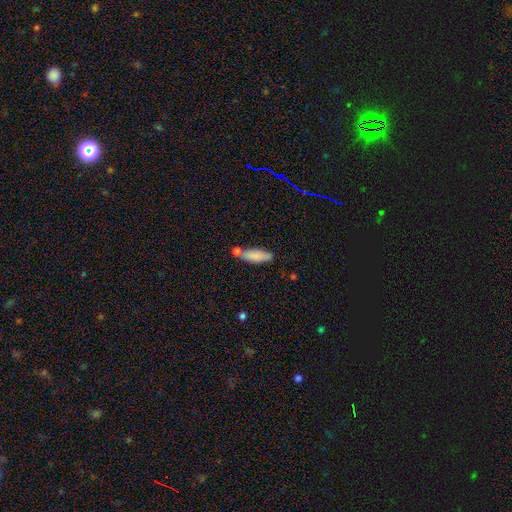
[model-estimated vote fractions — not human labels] Overall: smooth (81%). How rounded: cigar-shaped (50%; in between 48%). Merging: none (55%; merger 23%).